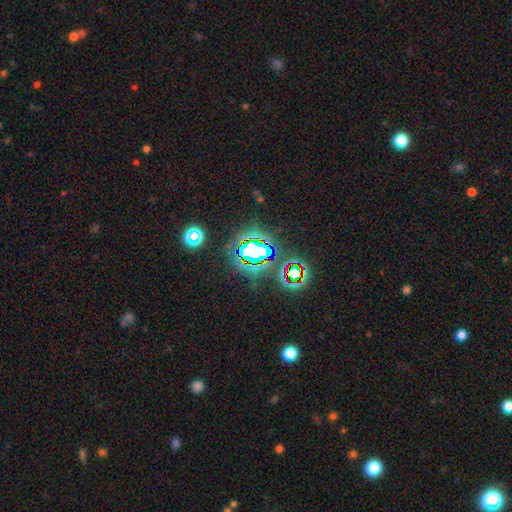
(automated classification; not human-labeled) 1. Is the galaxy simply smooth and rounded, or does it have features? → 76% star or artifact, 13% smooth, 11% featured or disk.